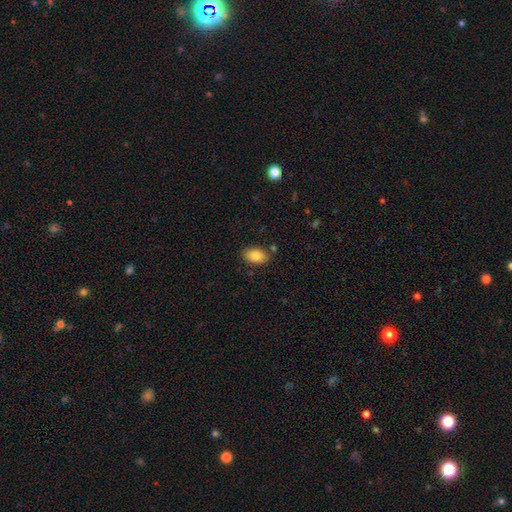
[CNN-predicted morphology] This appears to be a smooth galaxy with no disk features (85%) that is in between round and cigar-shaped (90%). Merging: none (82%).